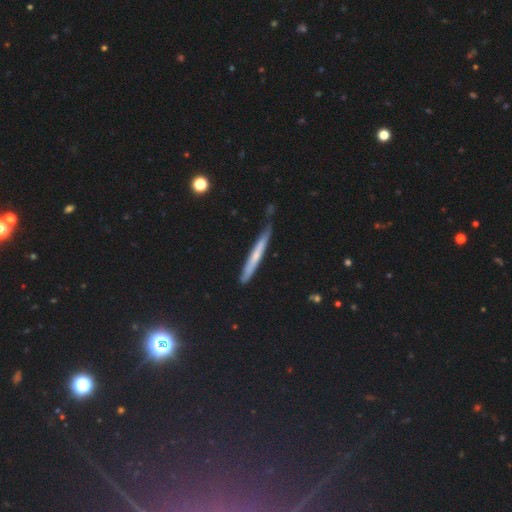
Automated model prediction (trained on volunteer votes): Smooth or featured: smooth — 47% (featured or disk — 44%)
Merging: none — 72% (minor disturbance — 22%)